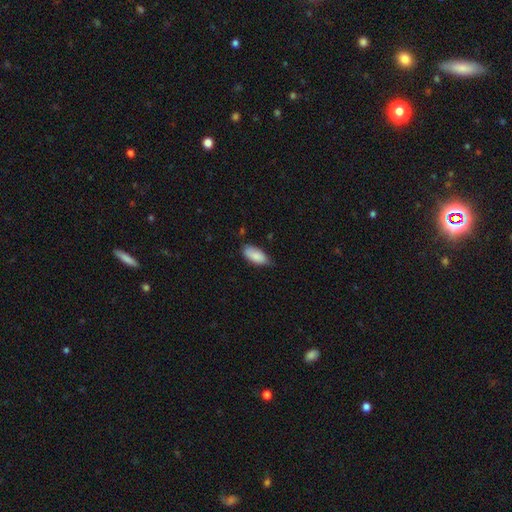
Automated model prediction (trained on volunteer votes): This is clearly a smooth galaxy (87%). How rounded: clearly in between (89%). Merging: likely none (63%).